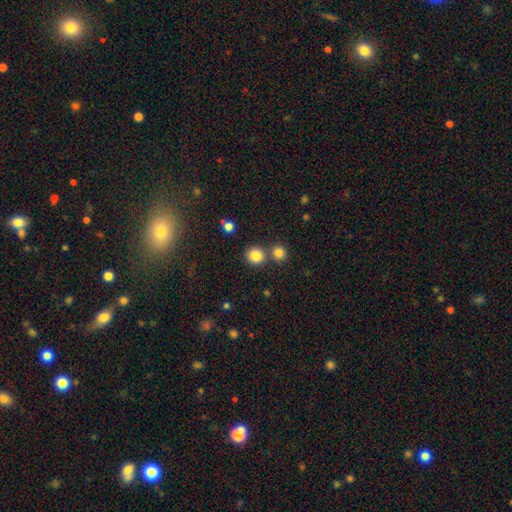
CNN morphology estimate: smooth_or_featured: smooth (p=0.83) [alt: star or artifact p=0.12]
how_rounded: round (p=0.90) [alt: in between p=0.09]
merging: none (p=0.72) [alt: merger p=0.18]